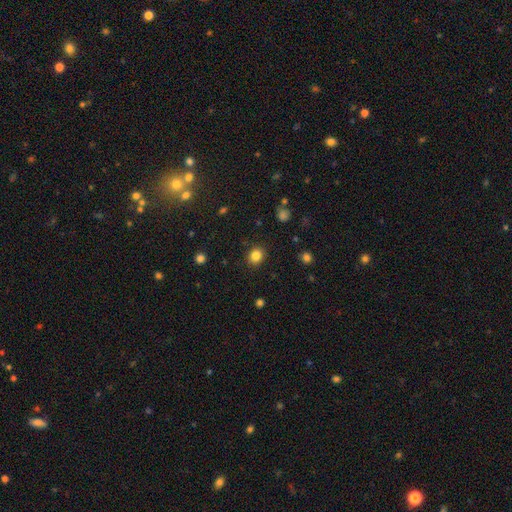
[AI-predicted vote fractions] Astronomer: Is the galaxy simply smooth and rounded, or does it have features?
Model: smooth — 84%.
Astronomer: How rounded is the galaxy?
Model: round — 75%.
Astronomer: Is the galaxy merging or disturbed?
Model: none — 89%.